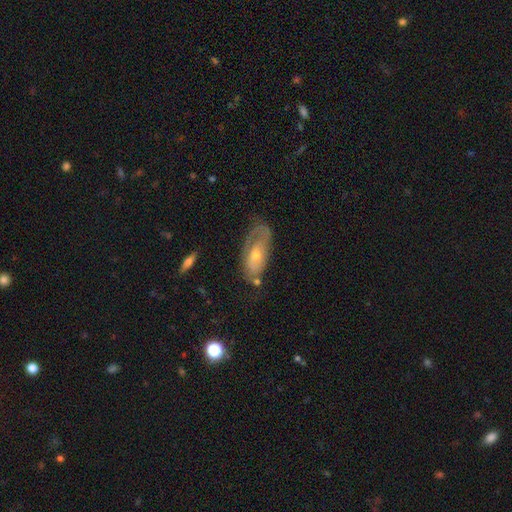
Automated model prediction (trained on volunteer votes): Smooth or featured?
  - featured or disk: 60% *
  - smooth: 33%
  - star or artifact: 7%
Edge-on disk?
  - no: 88% *
  - yes: 12%
Bar?
  - no: 77% *
  - weak: 19%
  - strong: 4%
Spiral arms?
  - yes: 62% *
  - no: 38%
Bulge size?
  - small: 48% *
  - moderate: 47%
  - large: 3%
  - none: 1%
  - dominant: 1%
Merging?
  - none: 46% *
  - minor disturbance: 27%
  - major disturbance: 22%
  - merger: 4%